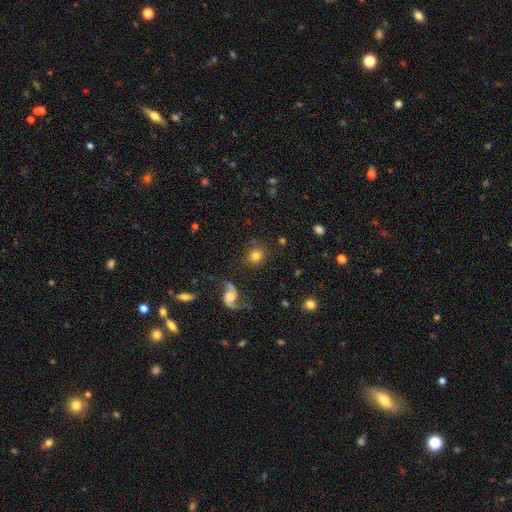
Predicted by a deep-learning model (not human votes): smooth-or-featured: smooth: 74% | featured or disk: 16% | star or artifact: 10%
  how-rounded: round: 90% | in between: 9% | cigar-shaped: 1%
  merging: none: 83% | minor disturbance: 8% | major disturbance: 4% | merger: 4%